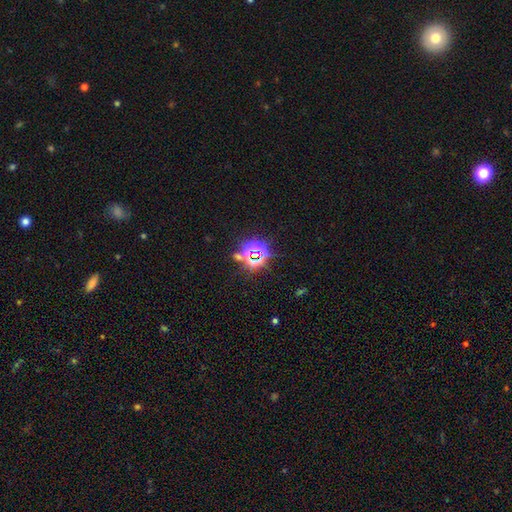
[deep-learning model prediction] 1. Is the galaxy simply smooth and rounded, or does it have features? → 79% star or artifact, 12% smooth, 9% featured or disk.